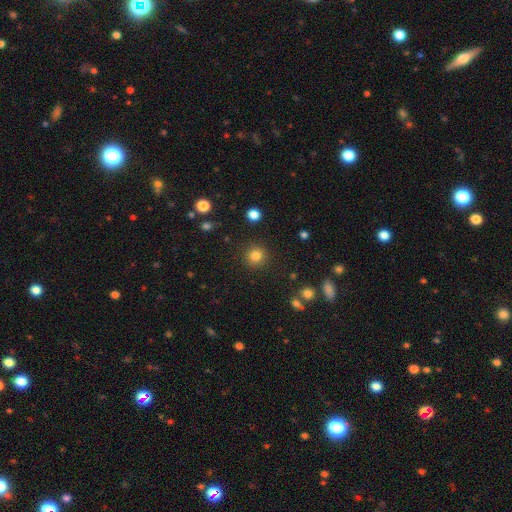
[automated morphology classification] smooth 83%, star or artifact 12%, featured or disk 5%. Down the decision tree: how rounded — round (92%); merging — none (90%).